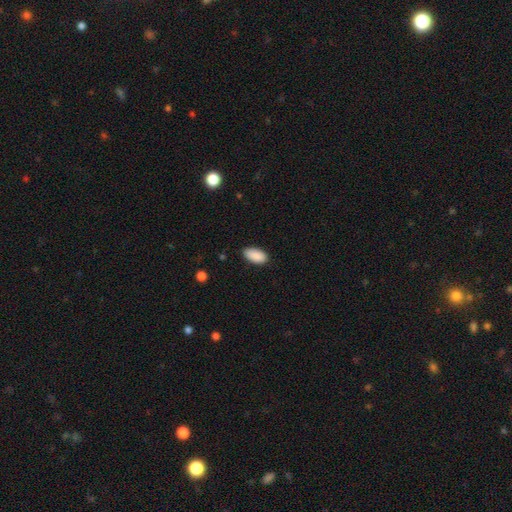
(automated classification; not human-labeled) Smooth or featured?
  - smooth: 90% *
  - star or artifact: 7%
  - featured or disk: 3%
How rounded?
  - in between: 94% *
  - cigar-shaped: 3%
  - round: 3%
Merging?
  - none: 85% *
  - minor disturbance: 12%
  - major disturbance: 2%
  - merger: 1%